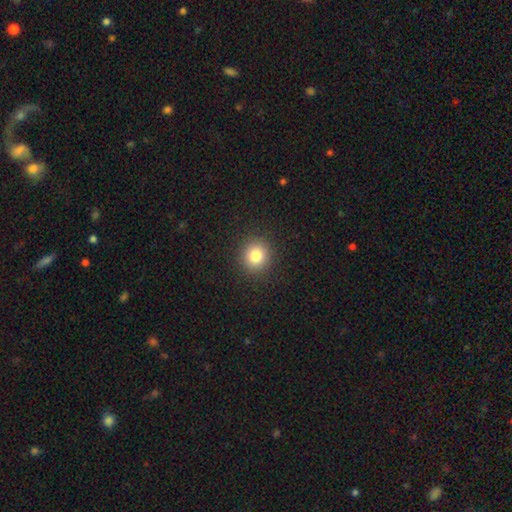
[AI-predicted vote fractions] smooth_or_featured: smooth (p=0.81) [alt: star or artifact p=0.12]
how_rounded: round (p=0.88) [alt: in between p=0.11]
merging: none (p=0.91) [alt: minor disturbance p=0.06]